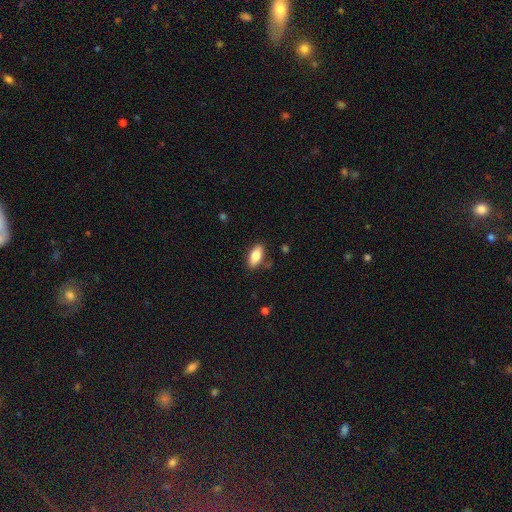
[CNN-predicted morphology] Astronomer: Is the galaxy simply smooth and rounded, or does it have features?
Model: smooth — 82%.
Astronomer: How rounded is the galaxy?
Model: in between — 88%.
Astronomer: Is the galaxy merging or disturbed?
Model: none — 85%.